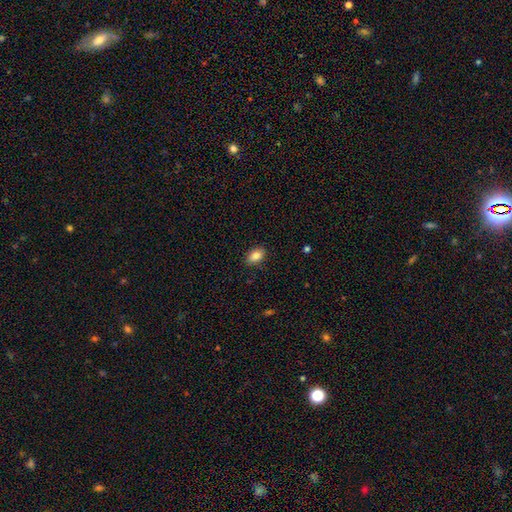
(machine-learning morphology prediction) Q: Smooth or featured?
A: smooth (84%); runner-up: star or artifact (8%)
Q: How rounded?
A: in between (88%); runner-up: round (11%)
Q: Merging?
A: none (88%); runner-up: minor disturbance (9%)